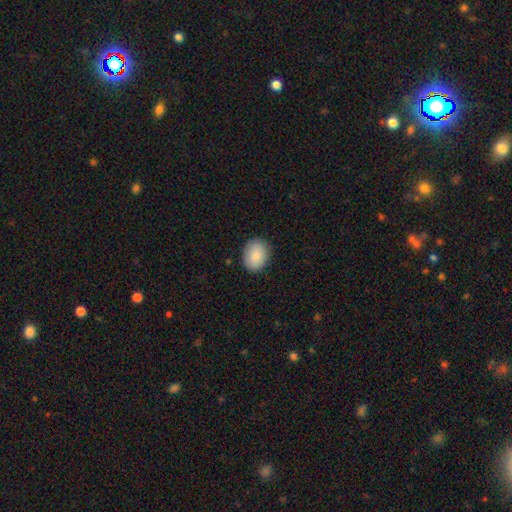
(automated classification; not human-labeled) The model was most divided on "how rounded": in between: 57%, round: 42%, cigar-shaped: 1%. More confident: merging — none (87%); smooth or featured — smooth (87%).